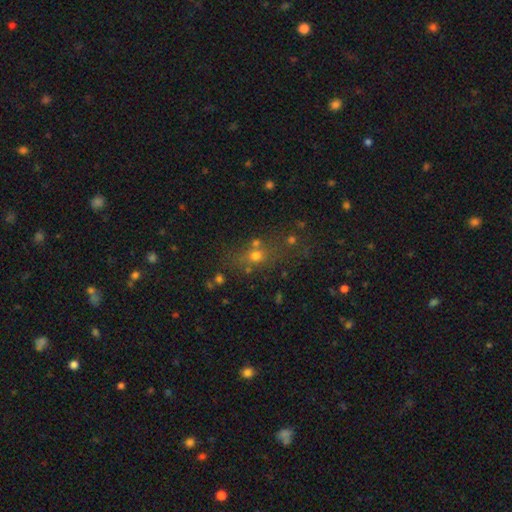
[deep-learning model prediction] Q: Smooth or featured?
A: smooth (61%); runner-up: star or artifact (24%)
Q: How rounded?
A: round (62%); runner-up: in between (33%)
Q: Merging?
A: none (56%); runner-up: merger (22%)